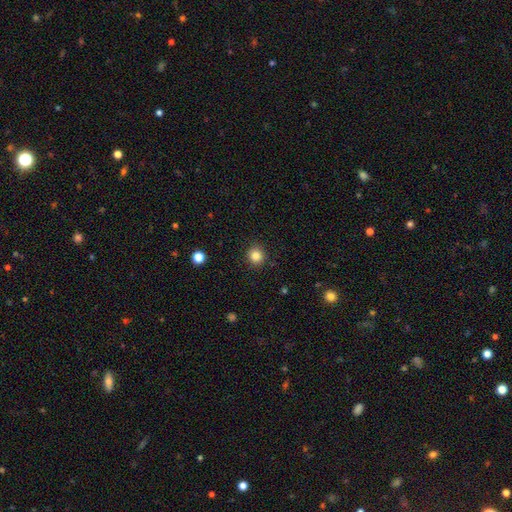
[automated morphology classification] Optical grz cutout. It shows a smooth galaxy with no disk features (84%) that is round (91%). Merging: none (92%).